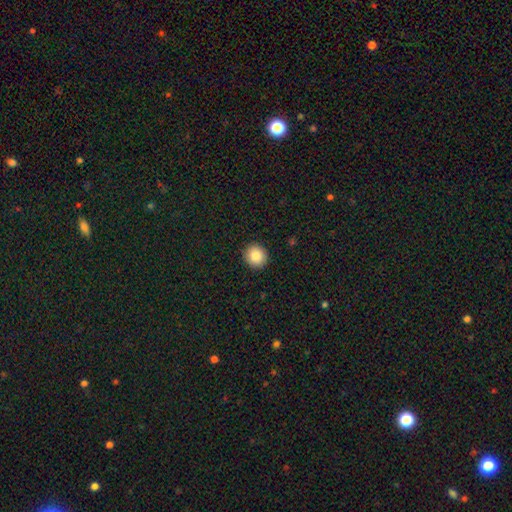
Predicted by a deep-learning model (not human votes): Smooth or featured? smooth (85%)
How rounded? round (92%)
Merging? none (93%)